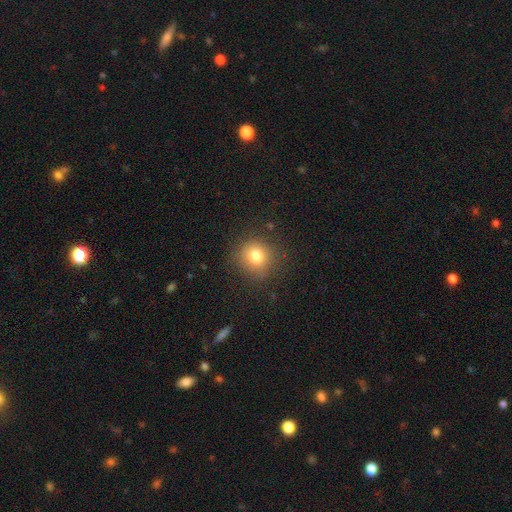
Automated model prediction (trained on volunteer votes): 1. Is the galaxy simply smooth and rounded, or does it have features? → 78% smooth, 13% star or artifact, 9% featured or disk.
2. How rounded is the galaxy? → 88% round, 11% in between, 1% cigar-shaped.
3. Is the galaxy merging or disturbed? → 82% none, 12% minor disturbance, 5% major disturbance, 2% merger.